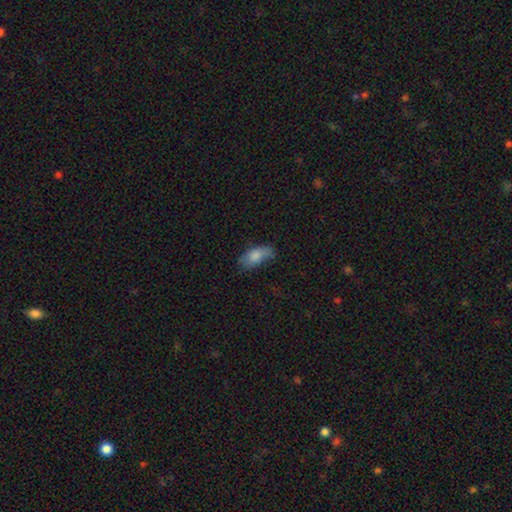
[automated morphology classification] The model was most divided on "merging": none: 52%, minor disturbance: 33%, major disturbance: 12%, merger: 3%. More confident: how rounded — in between (87%); smooth or featured — smooth (80%).